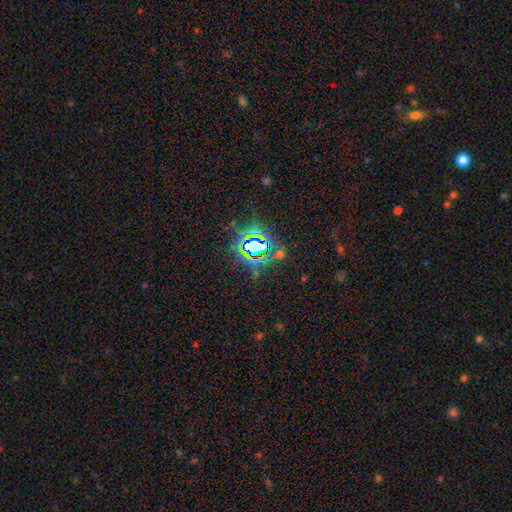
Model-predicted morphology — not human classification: Q: Smooth or featured?
A: star or artifact (78%); runner-up: smooth (13%)